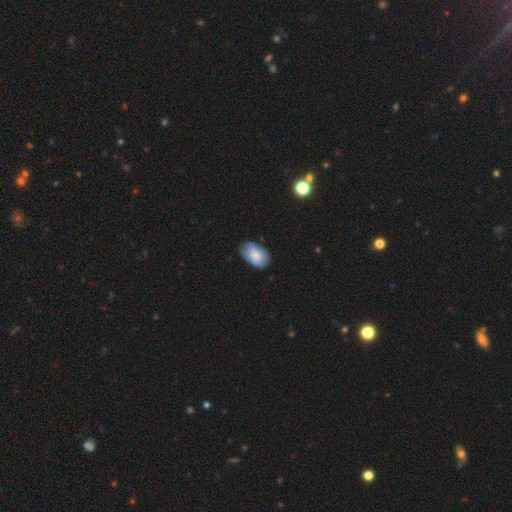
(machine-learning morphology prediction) The model was most divided on "merging": none: 64%, minor disturbance: 29%, major disturbance: 5%, merger: 1%. More confident: how rounded — in between (90%); smooth or featured — smooth (77%).